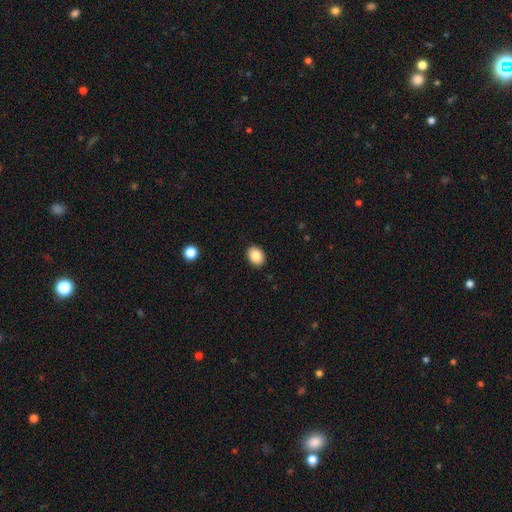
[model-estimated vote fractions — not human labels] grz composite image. It shows a smooth galaxy with no disk features (86%) that is in between round and cigar-shaped (66%). Merging: none (90%).